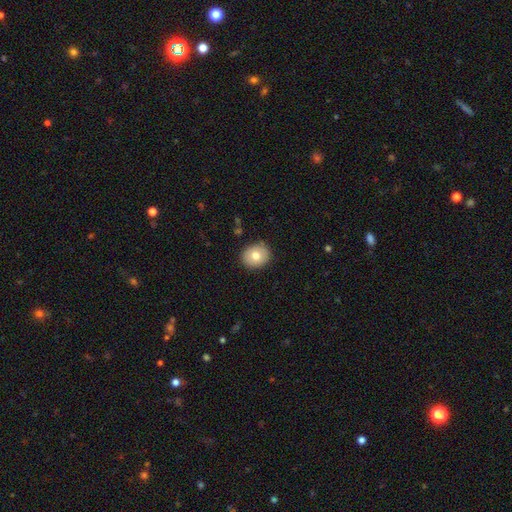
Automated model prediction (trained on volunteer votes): This appears to be a smooth galaxy with no disk features (76%) that is round (71%). Merging: none (88%).